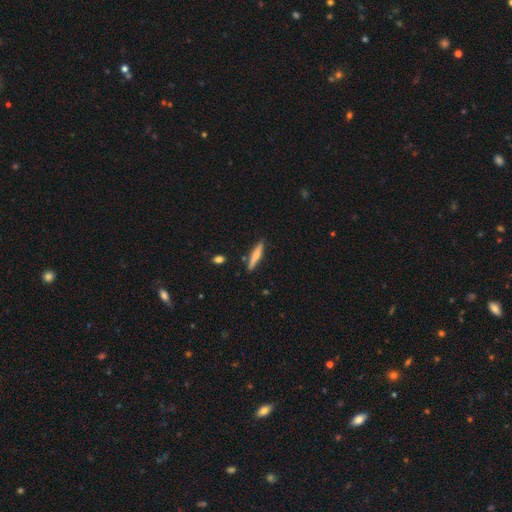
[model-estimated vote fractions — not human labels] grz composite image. It shows a smooth galaxy with no disk features (61%) that is cigar-shaped (87%). Merging: none (85%).